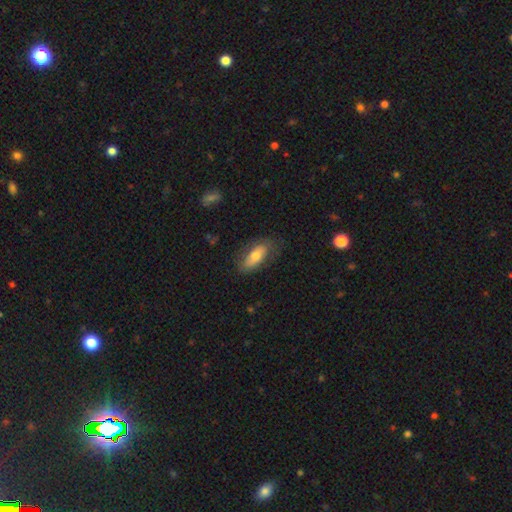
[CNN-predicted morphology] type=smooth (63%); roundness=in between (80%); merging=none (72%).